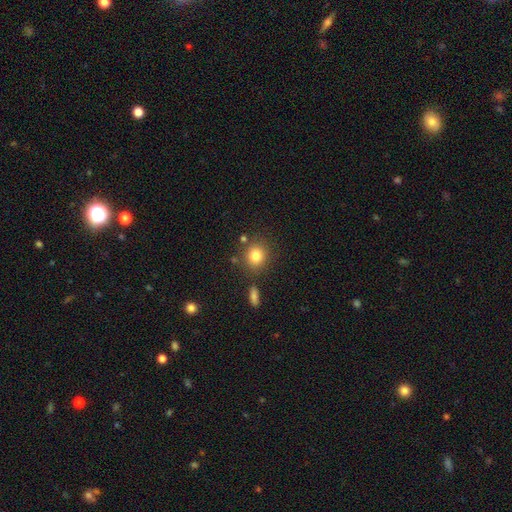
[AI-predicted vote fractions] A smooth galaxy with no disk features (81%) that is round (79%).

Vote fractions:
- Smooth or featured? smooth: 81% / star or artifact: 11% / featured or disk: 8%
- How rounded? round: 79% / in between: 20% / cigar-shaped: 1%
- Merging? none: 78% / minor disturbance: 11% / merger: 7% / major disturbance: 4%